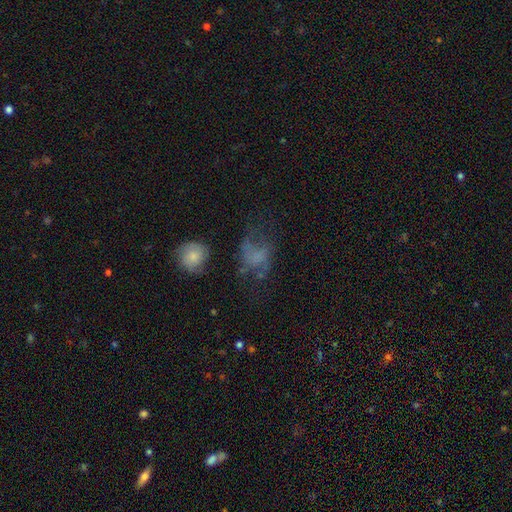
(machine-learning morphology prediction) This appears to be a smooth galaxy with no disk features (46%). Merging: major disturbance (38%).